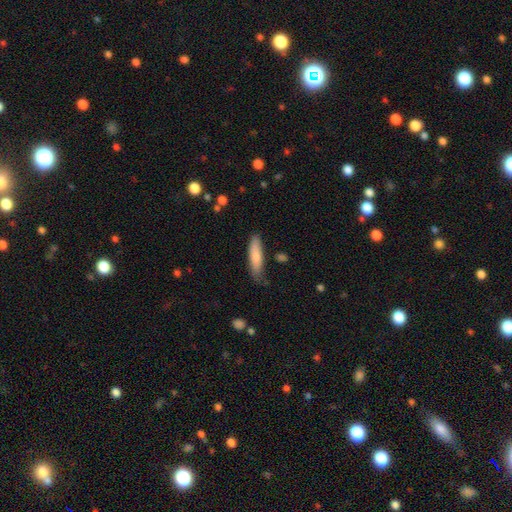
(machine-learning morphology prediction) Overall: smooth (79%). How rounded: cigar-shaped (71%). Merging: none (74%).